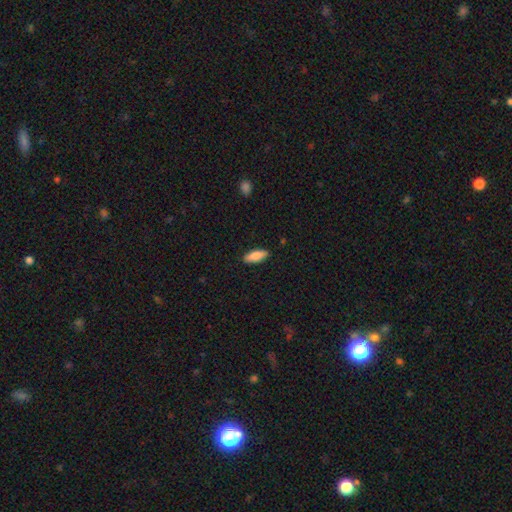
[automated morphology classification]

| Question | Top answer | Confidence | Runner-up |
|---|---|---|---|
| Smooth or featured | smooth | 83% | featured or disk (11%) |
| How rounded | in between | 69% | cigar-shaped (30%) |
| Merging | none | 89% | minor disturbance (8%) |